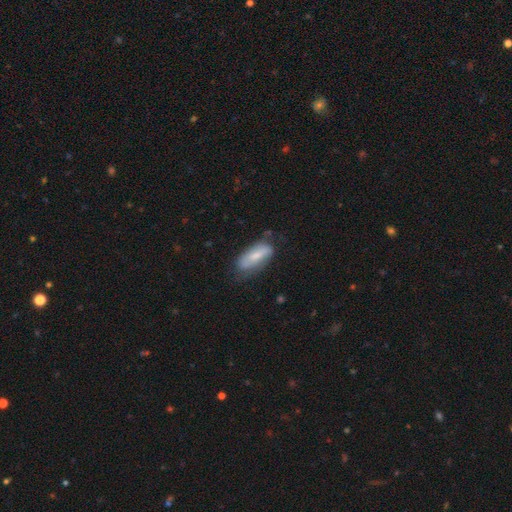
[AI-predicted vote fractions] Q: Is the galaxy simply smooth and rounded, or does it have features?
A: smooth — 60%.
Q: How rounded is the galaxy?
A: in between — 75%.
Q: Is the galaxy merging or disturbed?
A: none — 62%.